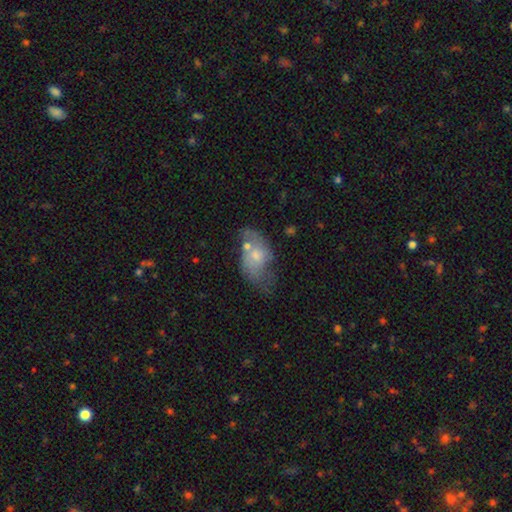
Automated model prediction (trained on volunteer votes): Smooth or featured? smooth (46%, tied with featured or disk)
Merging? none (30%)